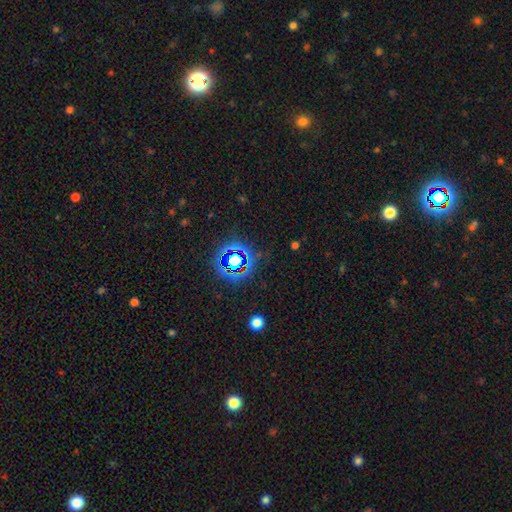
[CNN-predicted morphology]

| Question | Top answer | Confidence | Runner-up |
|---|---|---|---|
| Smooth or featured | star or artifact | 75% | smooth (17%) |